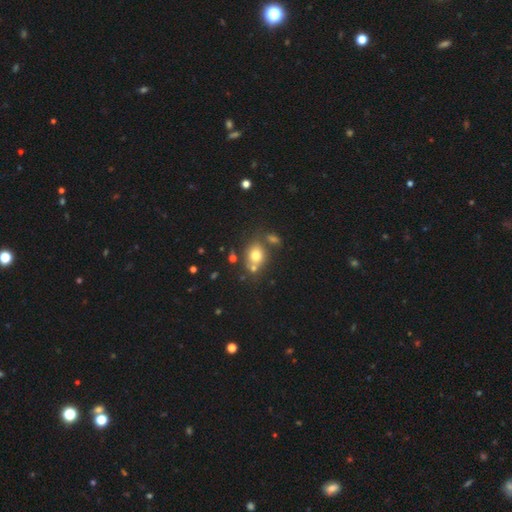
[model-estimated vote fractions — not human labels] Smooth or featured: smooth — 73% (featured or disk — 14%)
How rounded: round — 52% (in between — 47%)
Merging: none — 57% (merger — 24%)